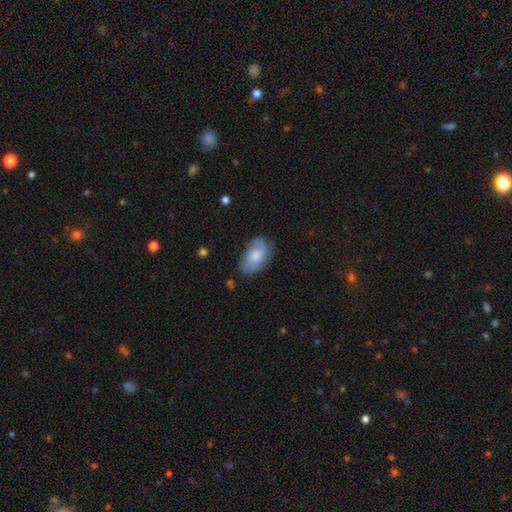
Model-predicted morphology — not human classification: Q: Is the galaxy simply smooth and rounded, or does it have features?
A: smooth — 68%.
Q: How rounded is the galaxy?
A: in between — 93%.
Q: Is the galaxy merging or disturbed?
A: none — 66%.